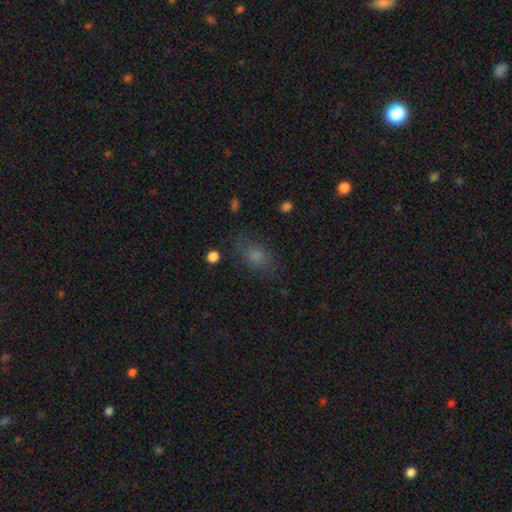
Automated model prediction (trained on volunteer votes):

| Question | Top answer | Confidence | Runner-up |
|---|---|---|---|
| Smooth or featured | smooth | 71% | star or artifact (16%) |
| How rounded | in between | 80% | round (16%) |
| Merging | none | 73% | minor disturbance (17%) |